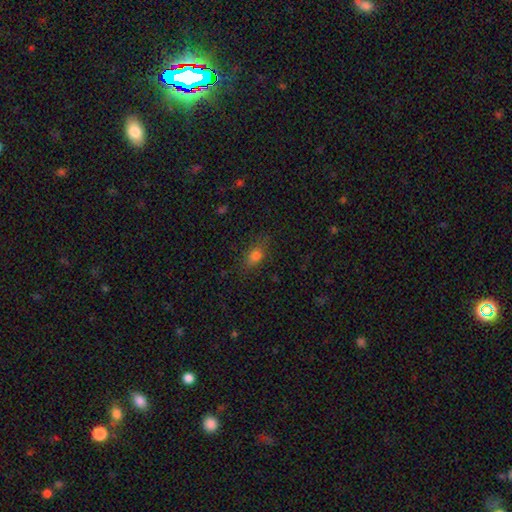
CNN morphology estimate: Smooth or featured?
  - smooth: 76% *
  - star or artifact: 13%
  - featured or disk: 11%
How rounded?
  - in between: 78% *
  - round: 13%
  - cigar-shaped: 9%
Merging?
  - none: 76% *
  - minor disturbance: 17%
  - major disturbance: 5%
  - merger: 2%